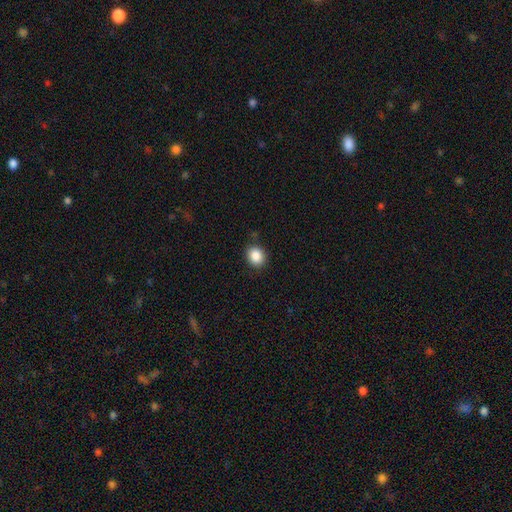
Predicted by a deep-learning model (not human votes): Smooth or featured? smooth (87%)
How rounded? round (61%)
Merging? none (87%)